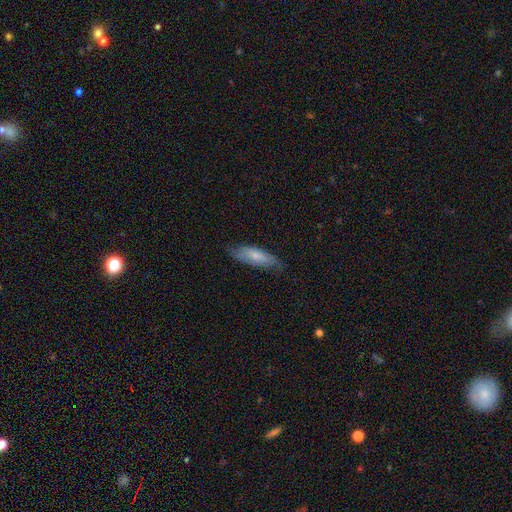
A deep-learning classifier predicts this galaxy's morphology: This is likely a smooth galaxy (69%). How rounded: possibly in between (49%, tied with cigar-shaped). Merging: likely none (73%).